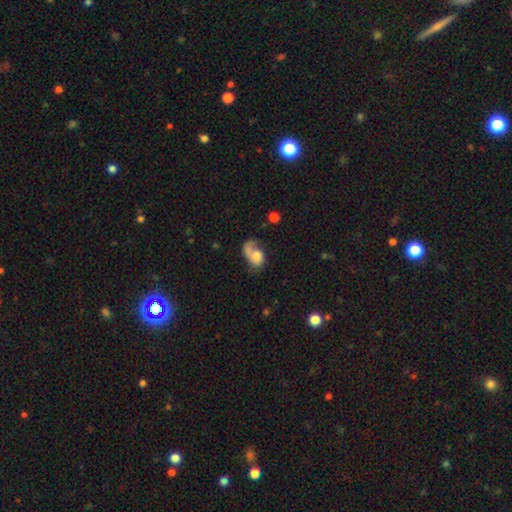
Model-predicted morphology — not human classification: The model was most divided on "merging": major disturbance: 35%, none: 26%, merger: 23%, minor disturbance: 15%. More confident: how rounded — in between (76%); smooth or featured — smooth (53%).